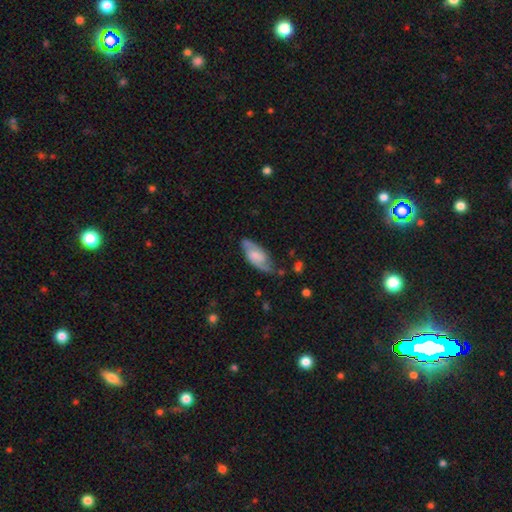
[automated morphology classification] This is likely a featured or disk galaxy (61%). It is clearly not viewed edge-on (89%). Bar: possibly no (47%). Spiral arm pattern: clearly yes (89%). Central bulge: marginally none (32%). Merging: likely none (69%).